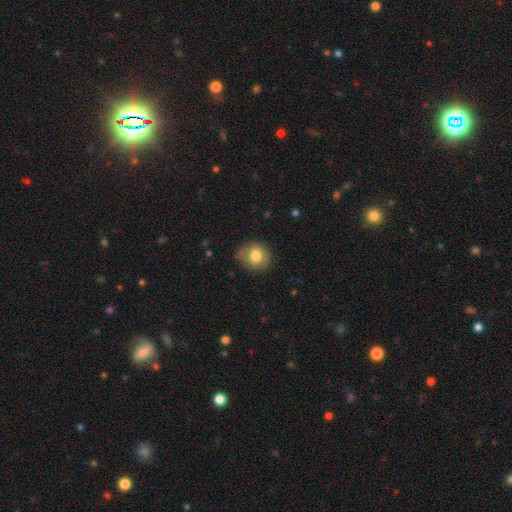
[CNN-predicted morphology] type=smooth (77%); roundness=round (77%); merging=none (70%).